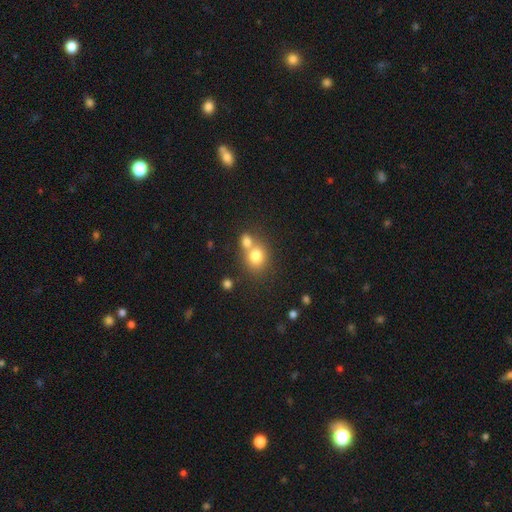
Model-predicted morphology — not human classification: Smooth or featured? smooth (77%)
How rounded? round (68%)
Merging? merger (51%)